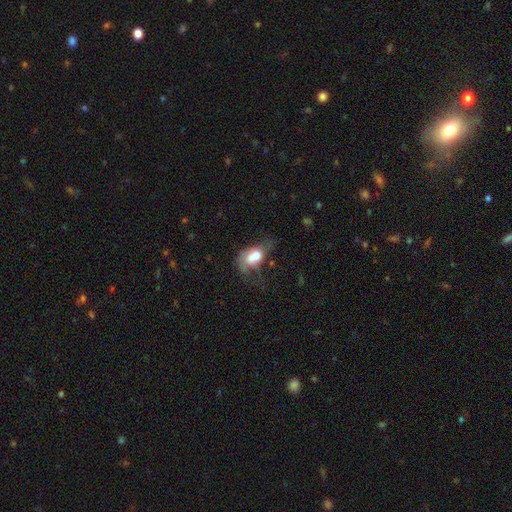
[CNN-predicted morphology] A smooth galaxy with no disk features (57%) that is in between round and cigar-shaped (75%).

Vote fractions:
- Smooth or featured? smooth: 57% / featured or disk: 33% / star or artifact: 10%
- How rounded? in between: 75% / round: 22% / cigar-shaped: 3%
- Merging? merger: 43% / major disturbance: 26% / none: 17% / minor disturbance: 15%